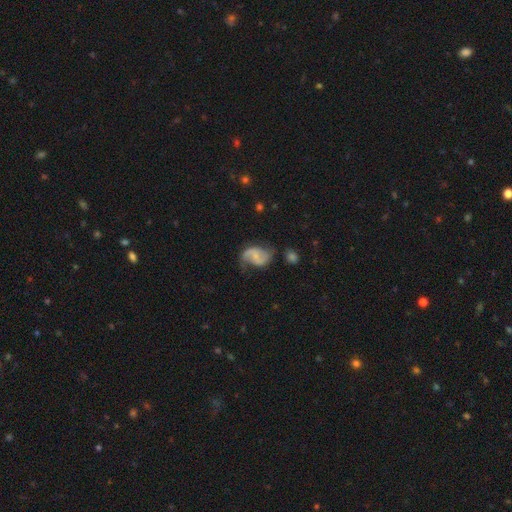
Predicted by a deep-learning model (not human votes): featured or disk 75%, smooth 18%, star or artifact 7%. Down the decision tree: edge-on disk — no (98%); bar — no (45%); spiral arms — yes (93%); spiral arm count — 2 (84%); spiral winding — loose (48%); bulge size — small (57%); merging — none (56%).